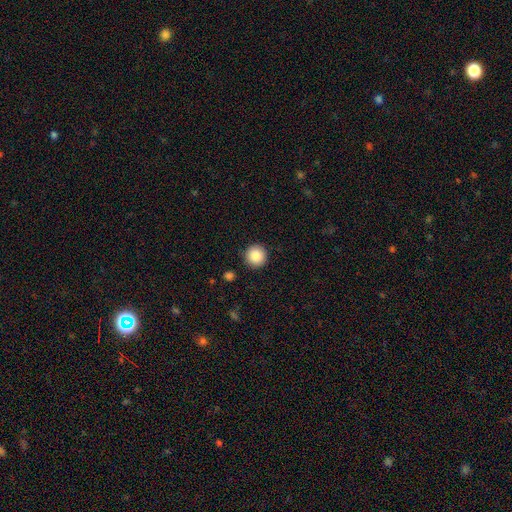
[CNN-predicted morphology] Smooth or featured? Predicted: smooth (p=0.87). How rounded? Predicted: round (p=0.96). Merging? Predicted: none (p=0.92).